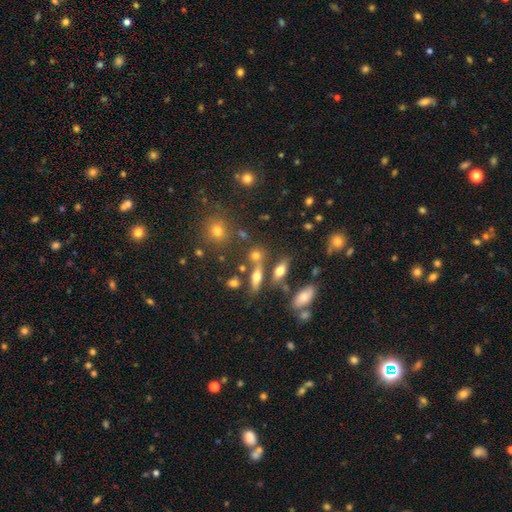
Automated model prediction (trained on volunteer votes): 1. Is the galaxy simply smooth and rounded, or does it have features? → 61% smooth, 23% featured or disk, 17% star or artifact.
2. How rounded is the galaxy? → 48% round, 35% in between, 16% cigar-shaped.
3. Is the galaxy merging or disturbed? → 60% none, 23% merger, 11% minor disturbance, 6% major disturbance.